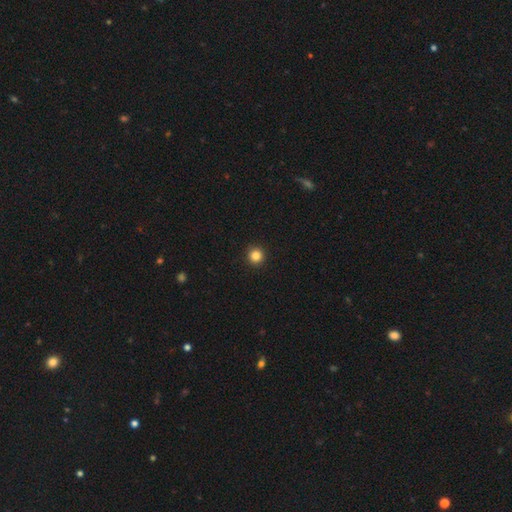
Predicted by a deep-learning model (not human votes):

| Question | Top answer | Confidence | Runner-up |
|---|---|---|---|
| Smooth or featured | smooth | 84% | star or artifact (12%) |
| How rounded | round | 96% | in between (3%) |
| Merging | none | 94% | minor disturbance (4%) |